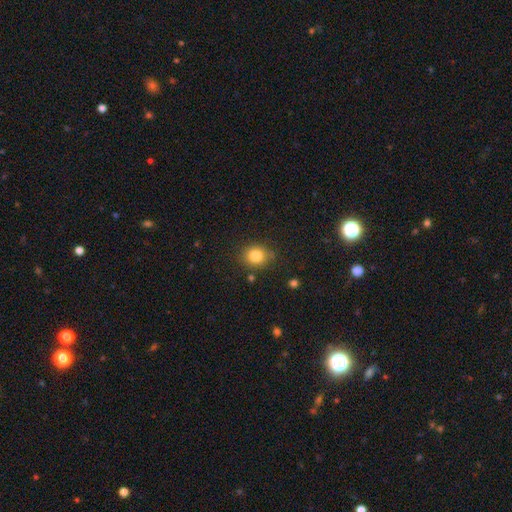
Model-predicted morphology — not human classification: Smooth or featured?
  - smooth: 83% *
  - star or artifact: 10%
  - featured or disk: 6%
How rounded?
  - round: 67% *
  - in between: 32%
  - cigar-shaped: 1%
Merging?
  - none: 80% *
  - minor disturbance: 14%
  - major disturbance: 4%
  - merger: 3%